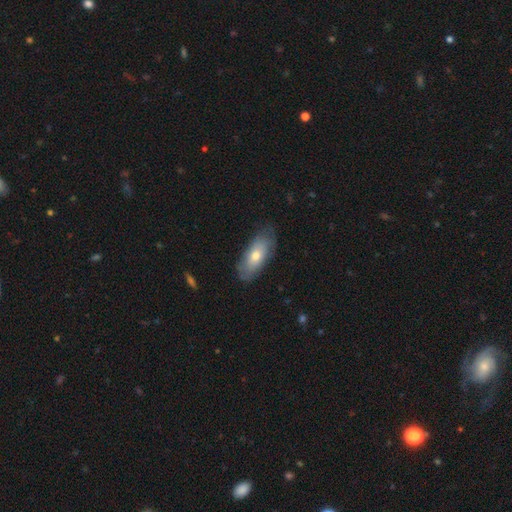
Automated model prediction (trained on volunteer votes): Smooth or featured? Predicted: smooth (p=0.65). How rounded? Predicted: in between (p=0.82). Merging? Predicted: none (p=0.75).